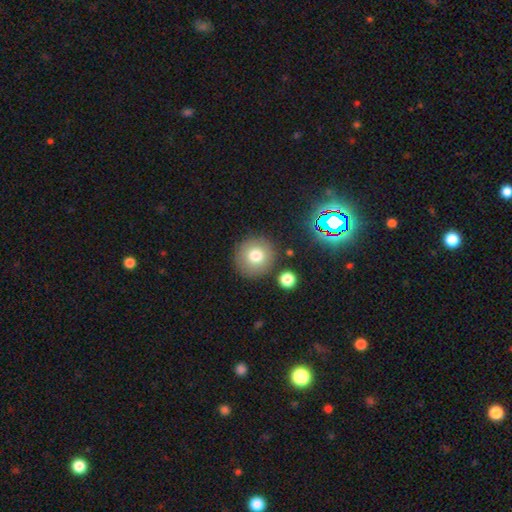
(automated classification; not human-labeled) This appears to be a smooth galaxy with no disk features (76%) that is round (93%). Merging: none (84%).